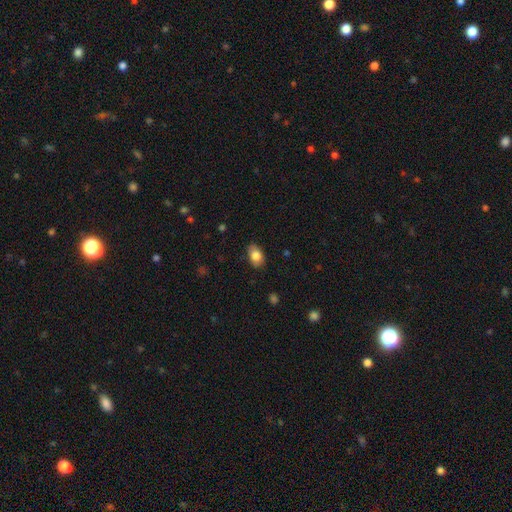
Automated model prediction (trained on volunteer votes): Smooth or featured?
  - smooth: 82% *
  - featured or disk: 10%
  - star or artifact: 8%
How rounded?
  - in between: 87% *
  - round: 11%
  - cigar-shaped: 2%
Merging?
  - none: 83% *
  - minor disturbance: 14%
  - major disturbance: 3%
  - merger: 1%